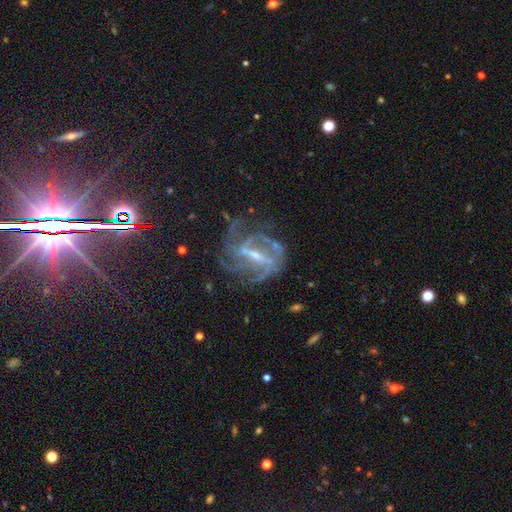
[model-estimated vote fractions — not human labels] Smooth or featured: featured or disk — 84% (star or artifact — 10%)
Edge-on disk: no — 95% (yes — 5%)
Bar: strong — 52% (weak — 36%)
Spiral arms: yes — 92% (no — 8%)
Spiral winding: medium — 44% (tight — 36%)
Spiral arm count: can't tell — 28% (3 — 24%)
Bulge size: small — 50% (moderate — 37%)
Merging: none — 56% (major disturbance — 22%)